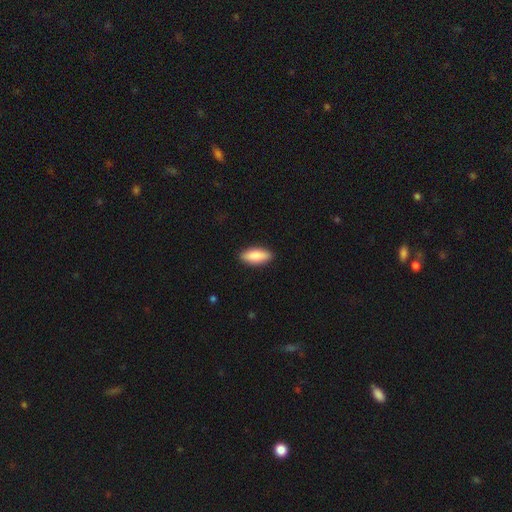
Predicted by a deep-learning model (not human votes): A smooth galaxy with no disk features (87%) that is in between round and cigar-shaped (79%). Merging: none (89%).